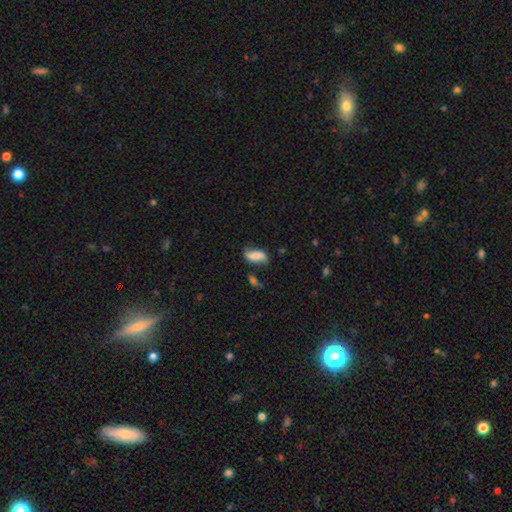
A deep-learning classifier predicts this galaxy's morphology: Smooth or featured?
  - smooth: 64% *
  - featured or disk: 28%
  - star or artifact: 8%
How rounded?
  - in between: 84% *
  - cigar-shaped: 12%
  - round: 4%
Merging?
  - none: 59% *
  - minor disturbance: 26%
  - major disturbance: 9%
  - merger: 6%